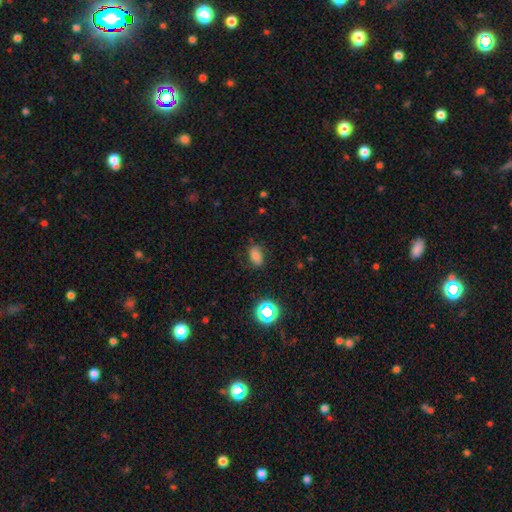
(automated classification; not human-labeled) smooth_or_featured: smooth (p=0.69) [alt: star or artifact p=0.17]
how_rounded: in between (p=0.86) [alt: round p=0.12]
merging: none (p=0.77) [alt: minor disturbance p=0.17]